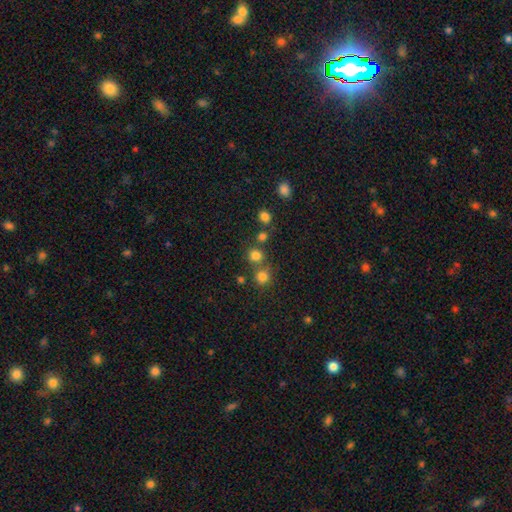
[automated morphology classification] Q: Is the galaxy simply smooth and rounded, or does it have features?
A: smooth — 77%.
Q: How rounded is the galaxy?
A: round — 89%.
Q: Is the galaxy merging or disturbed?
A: none — 67%.